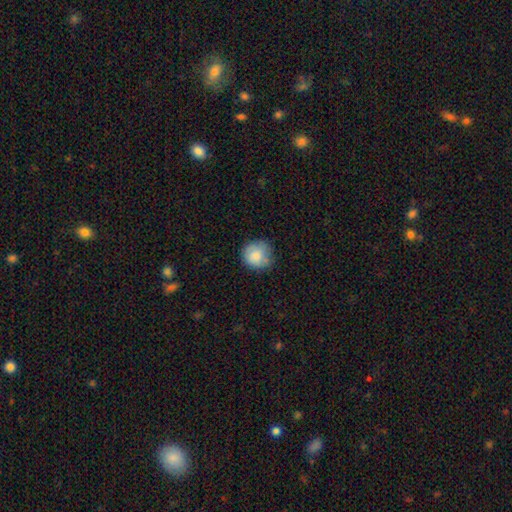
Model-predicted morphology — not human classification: Smooth or featured? Predicted: smooth (p=0.81). How rounded? Predicted: round (p=0.89). Merging? Predicted: none (p=0.70).